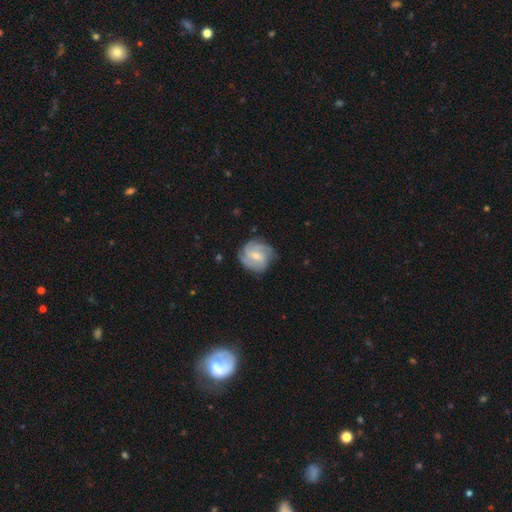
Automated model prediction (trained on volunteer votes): Smooth or featured?
  - featured or disk: 73% *
  - smooth: 21%
  - star or artifact: 6%
Edge-on disk?
  - no: 98% *
  - yes: 2%
Bar?
  - weak: 51% *
  - no: 33%
  - strong: 16%
Spiral arms?
  - yes: 92% *
  - no: 8%
Spiral winding?
  - tight: 47% *
  - medium: 39%
  - loose: 14%
Spiral arm count?
  - 3: 37% *
  - can't tell: 22%
  - 2: 20%
  - 4: 13%
  - 1: 4%
  - more than 4: 4%
Bulge size?
  - small: 54% *
  - moderate: 42%
  - none: 2%
  - large: 1%
  - dominant: 1%
Merging?
  - none: 75% *
  - minor disturbance: 18%
  - major disturbance: 5%
  - merger: 1%